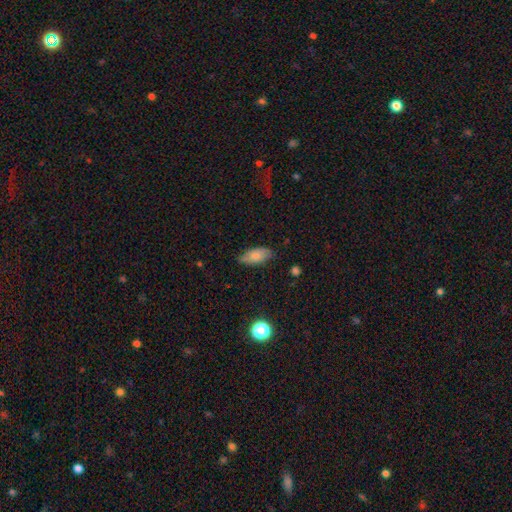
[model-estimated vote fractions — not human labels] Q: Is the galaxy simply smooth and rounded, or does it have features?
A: smooth — 76%.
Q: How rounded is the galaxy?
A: in between — 89%.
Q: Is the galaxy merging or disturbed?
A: none — 77%.